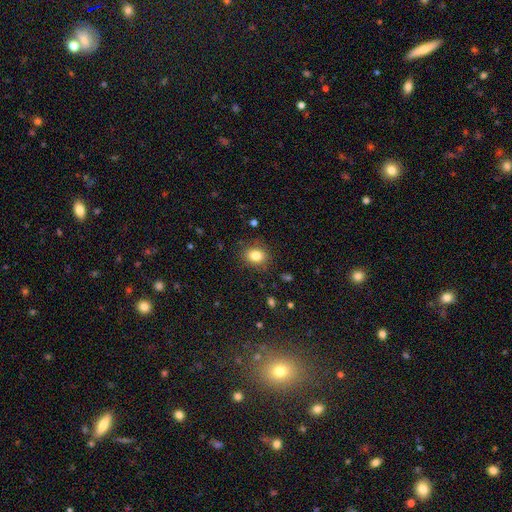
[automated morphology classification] This appears to be a smooth galaxy with no disk features (83%) that is in between round and cigar-shaped (51%). Merging: none (84%).